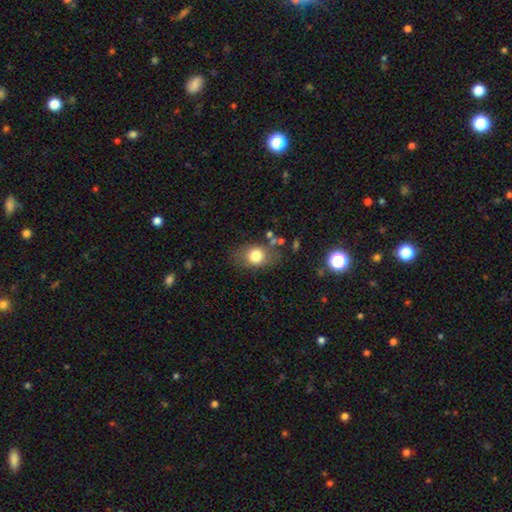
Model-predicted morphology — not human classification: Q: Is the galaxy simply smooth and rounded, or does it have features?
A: smooth — 76%.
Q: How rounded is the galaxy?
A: in between — 62%.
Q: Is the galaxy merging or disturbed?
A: none — 72%.